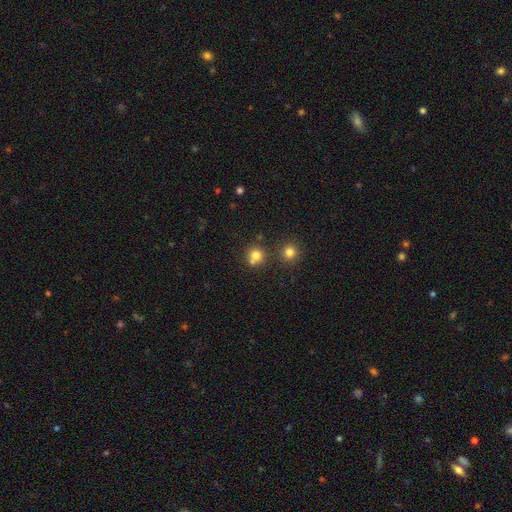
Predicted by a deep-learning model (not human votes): The model was most divided on "merging": none: 64%, merger: 23%, minor disturbance: 9%, major disturbance: 3%. More confident: how rounded — round (89%); smooth or featured — smooth (77%).